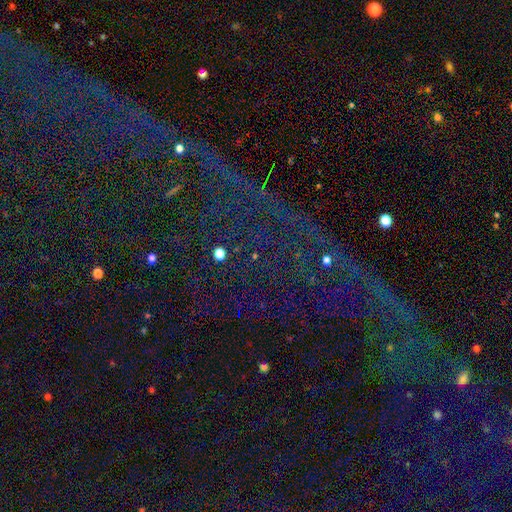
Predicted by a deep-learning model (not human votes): smooth-or-featured: star or artifact: 83% | smooth: 8% | featured or disk: 8%